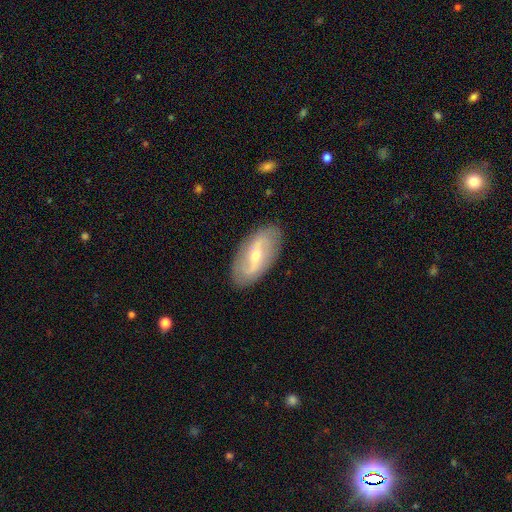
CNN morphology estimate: type=featured or disk (71%); edge-on=no (91%); bar=weak (48%); spiral arms=yes (77%); bulge=moderate (51%); merging=none (86%).